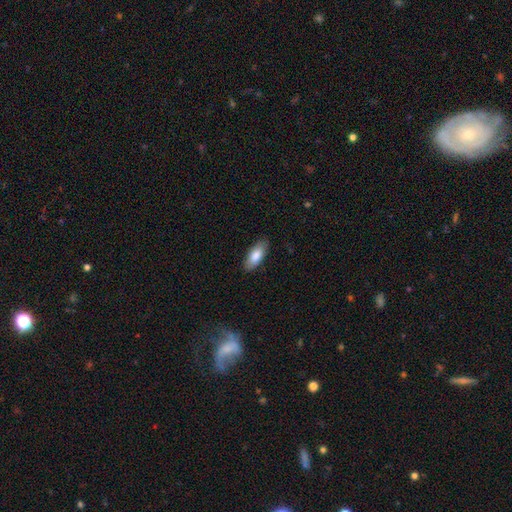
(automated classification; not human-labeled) This is clearly a smooth galaxy (84%). How rounded: clearly in between (82%). Merging: clearly none (87%).